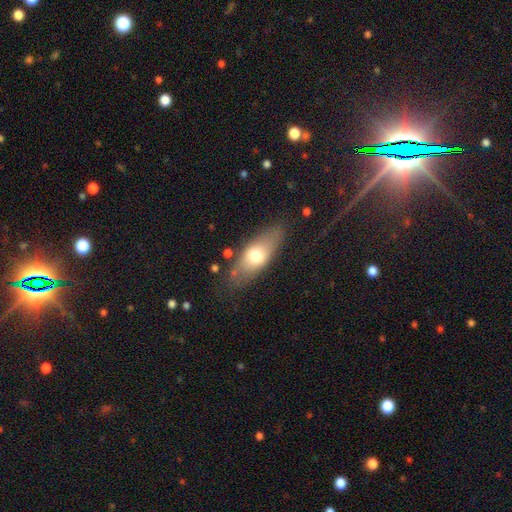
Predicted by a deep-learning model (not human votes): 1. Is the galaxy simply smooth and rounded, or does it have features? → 65% smooth, 28% featured or disk, 7% star or artifact.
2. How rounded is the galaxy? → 72% in between, 23% cigar-shaped, 4% round.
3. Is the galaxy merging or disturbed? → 77% none, 15% minor disturbance, 5% major disturbance, 3% merger.